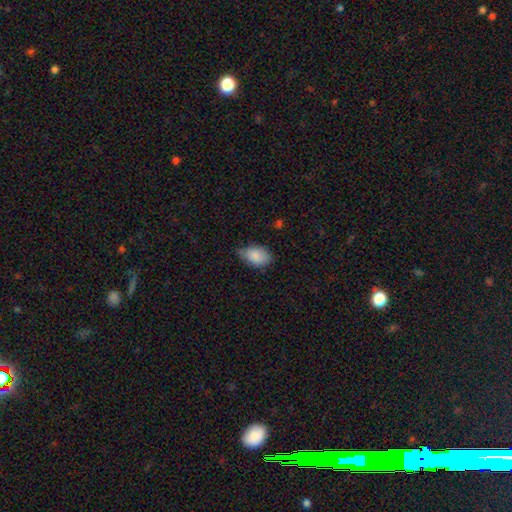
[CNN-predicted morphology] smooth 87%, star or artifact 7%, featured or disk 7%. Down the decision tree: how rounded — in between (87%); merging — none (55%).